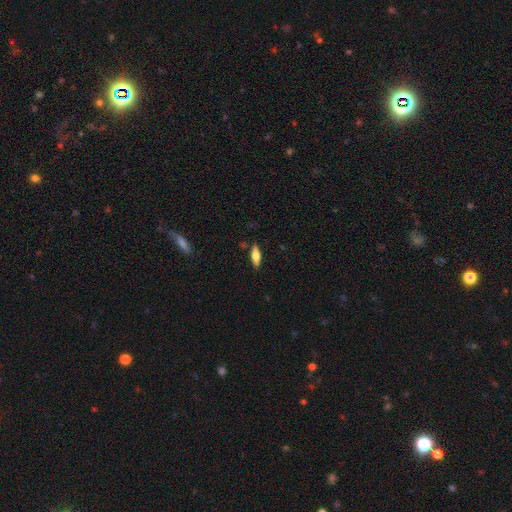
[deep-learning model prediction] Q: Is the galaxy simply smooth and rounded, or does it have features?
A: smooth — 60%.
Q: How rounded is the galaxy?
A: in between — 57%.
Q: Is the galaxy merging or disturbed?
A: none — 86%.